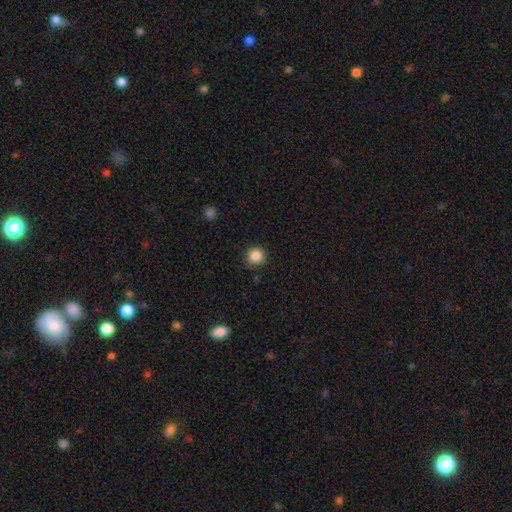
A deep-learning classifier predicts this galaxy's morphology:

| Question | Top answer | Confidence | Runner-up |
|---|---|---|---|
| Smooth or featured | smooth | 86% | star or artifact (10%) |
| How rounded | round | 92% | in between (7%) |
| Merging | none | 87% | minor disturbance (9%) |